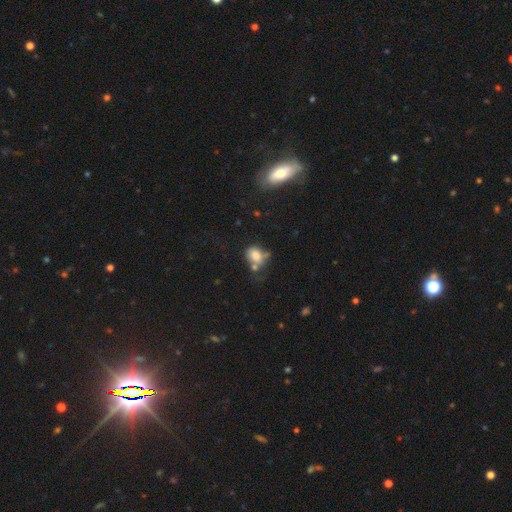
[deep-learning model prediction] A smooth galaxy with no disk features (74%) that is in between round and cigar-shaped (50%).

Vote fractions:
- Smooth or featured? smooth: 74% / featured or disk: 15% / star or artifact: 11%
- How rounded? in between: 50% / round: 49% / cigar-shaped: 1%
- Merging? none: 40% / merger: 28% / minor disturbance: 21% / major disturbance: 11%